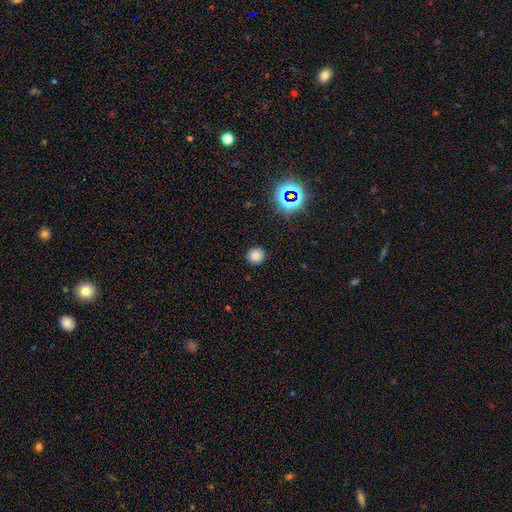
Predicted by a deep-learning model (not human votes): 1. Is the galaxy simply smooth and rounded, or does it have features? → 78% smooth, 17% star or artifact, 5% featured or disk.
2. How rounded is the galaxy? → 89% round, 10% in between, 1% cigar-shaped.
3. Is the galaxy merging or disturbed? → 90% none, 7% minor disturbance, 2% major disturbance, 1% merger.